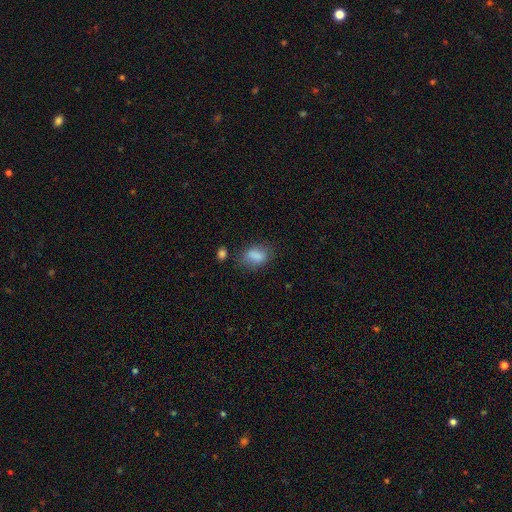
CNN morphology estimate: This is clearly a smooth galaxy (81%). How rounded: clearly in between (82%). Merging: likely none (66%).